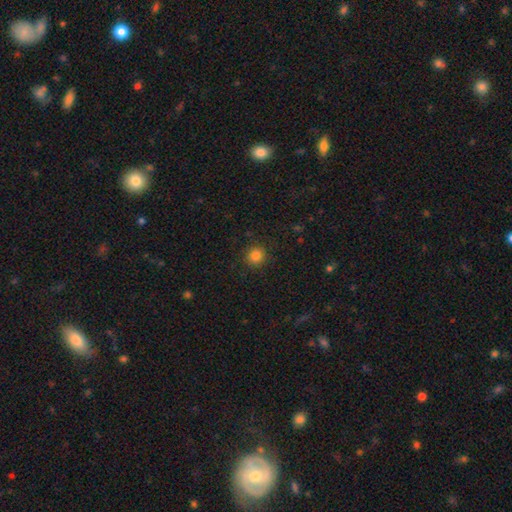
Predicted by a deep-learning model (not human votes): Overall: smooth (83%). How rounded: round (92%). Merging: none (90%).